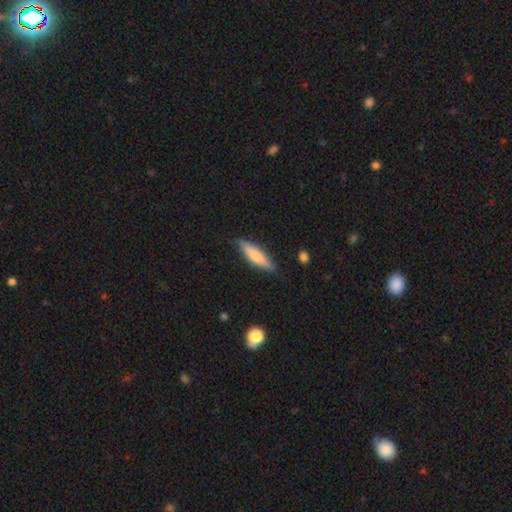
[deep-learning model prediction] Smooth or featured? Predicted: smooth (p=0.70). How rounded? Predicted: cigar-shaped (p=0.74). Merging? Predicted: none (p=0.84).